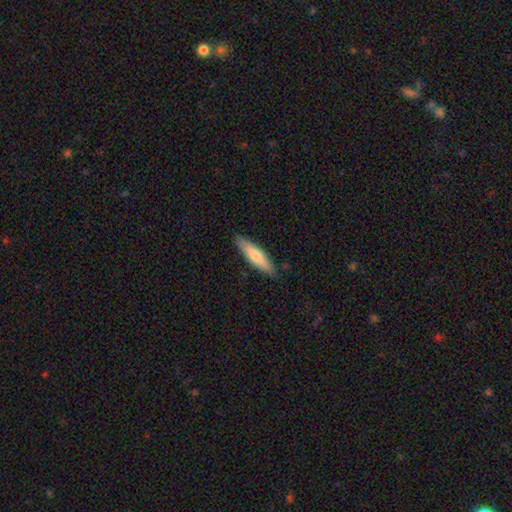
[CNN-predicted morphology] Smooth or featured?
  - smooth: 71% *
  - featured or disk: 24%
  - star or artifact: 5%
How rounded?
  - cigar-shaped: 70% *
  - in between: 29%
  - round: 1%
Merging?
  - none: 87% *
  - minor disturbance: 10%
  - major disturbance: 2%
  - merger: 1%